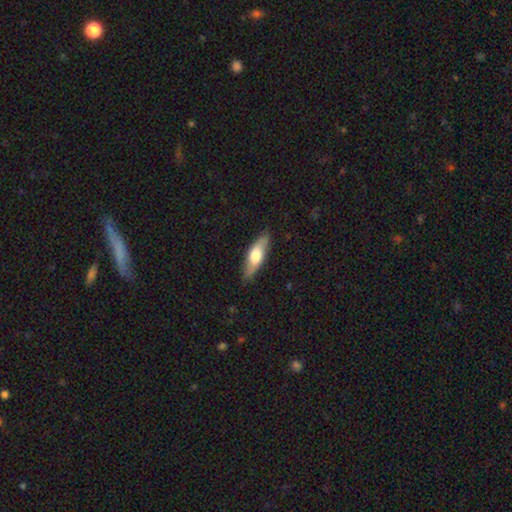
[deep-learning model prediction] This appears to be a smooth galaxy with no disk features (56%) that is cigar-shaped (50%). Merging: none (85%).